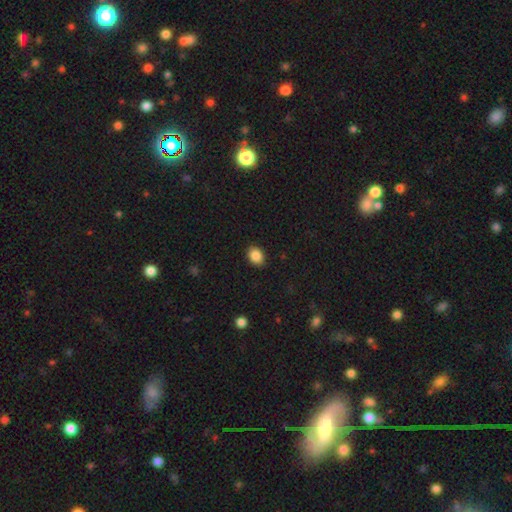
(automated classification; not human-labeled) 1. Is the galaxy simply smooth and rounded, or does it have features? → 87% smooth, 9% star or artifact, 4% featured or disk.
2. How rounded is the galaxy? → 62% in between, 37% round, 1% cigar-shaped.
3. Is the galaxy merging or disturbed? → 89% none, 8% minor disturbance, 2% major disturbance, 1% merger.